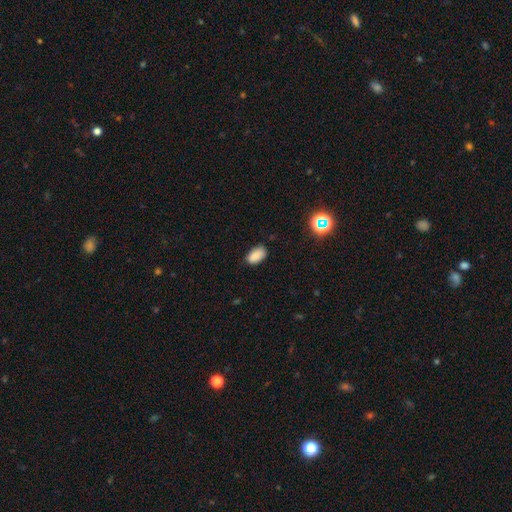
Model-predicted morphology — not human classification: A smooth galaxy with no disk features (86%) that is in between round and cigar-shaped (93%).

Vote fractions:
- Smooth or featured? smooth: 86% / star or artifact: 10% / featured or disk: 4%
- How rounded? in between: 93% / round: 5% / cigar-shaped: 2%
- Merging? none: 79% / minor disturbance: 16% / major disturbance: 3% / merger: 1%